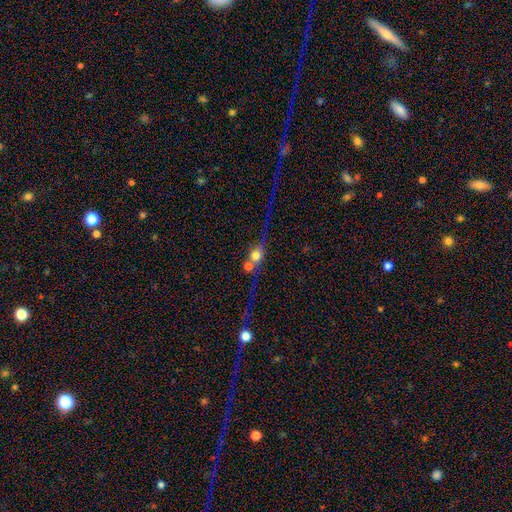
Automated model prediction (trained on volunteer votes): featured or disk 46%, smooth 39%, star or artifact 15%. Down the decision tree: merging — none (40%).